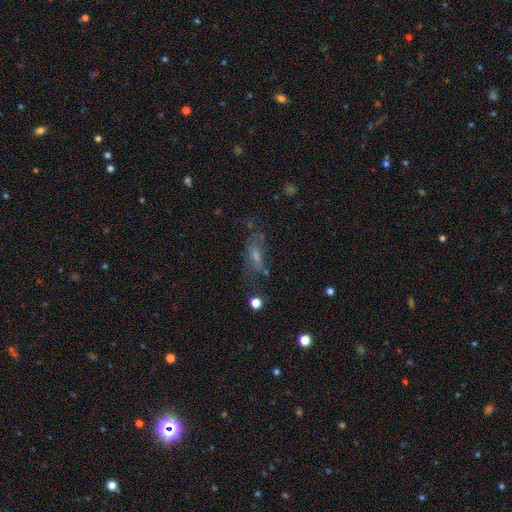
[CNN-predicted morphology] This is marginally a smooth galaxy (42%). Merging: possibly none (59%).